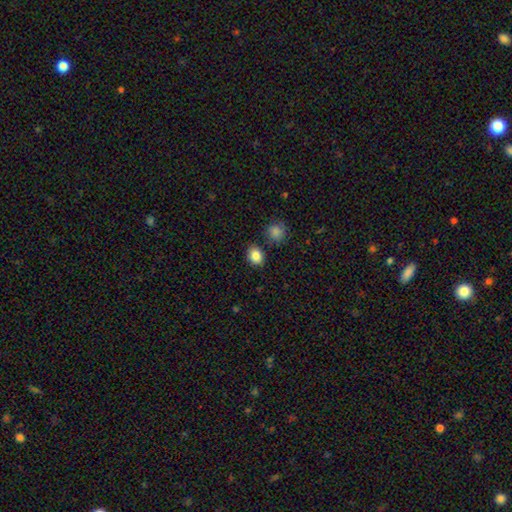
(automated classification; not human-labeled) Smooth or featured: smooth — 85% (star or artifact — 10%)
How rounded: round — 50% (in between — 49%)
Merging: none — 83% (minor disturbance — 10%)